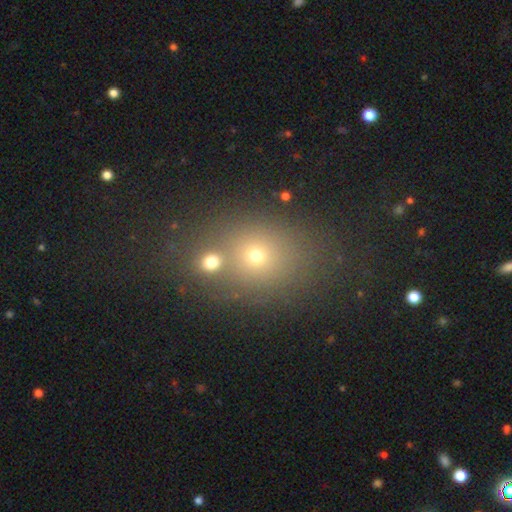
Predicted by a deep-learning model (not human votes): Smooth or featured: smooth — 63% (star or artifact — 24%)
How rounded: round — 63% (in between — 36%)
Merging: none — 58% (merger — 28%)